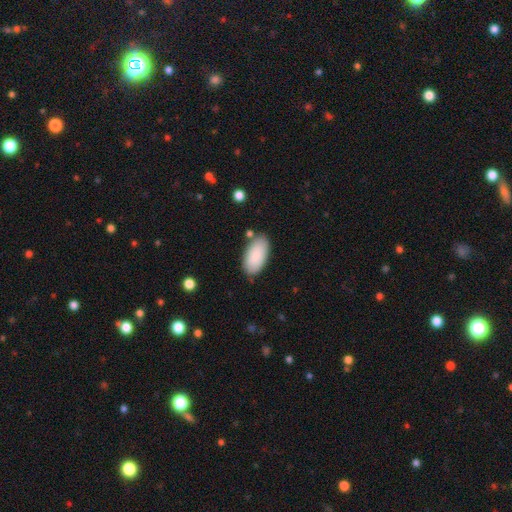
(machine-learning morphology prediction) smooth 88%, featured or disk 6%, star or artifact 6%. Down the decision tree: how rounded — in between (95%); merging — none (80%).